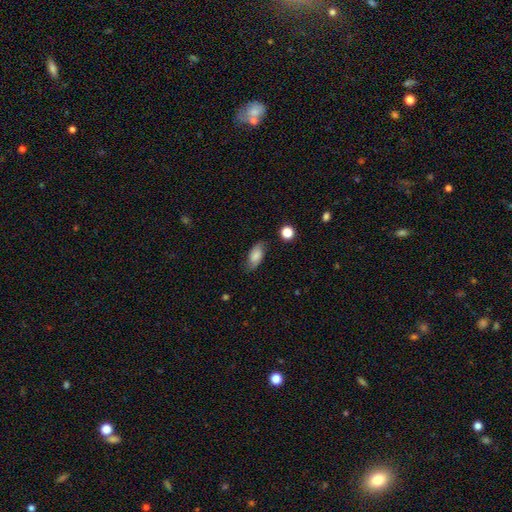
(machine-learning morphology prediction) Smooth or featured?
  - smooth: 65% *
  - featured or disk: 26%
  - star or artifact: 9%
How rounded?
  - in between: 88% *
  - cigar-shaped: 6%
  - round: 6%
Merging?
  - none: 75% *
  - minor disturbance: 18%
  - major disturbance: 5%
  - merger: 2%